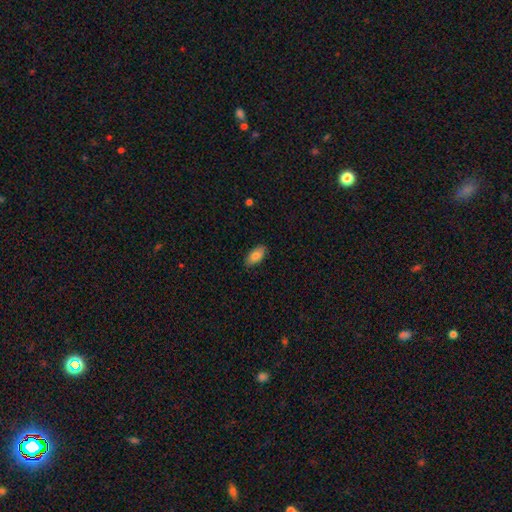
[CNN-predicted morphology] This is clearly a smooth galaxy (83%). How rounded: clearly in between (91%). Merging: clearly none (86%).